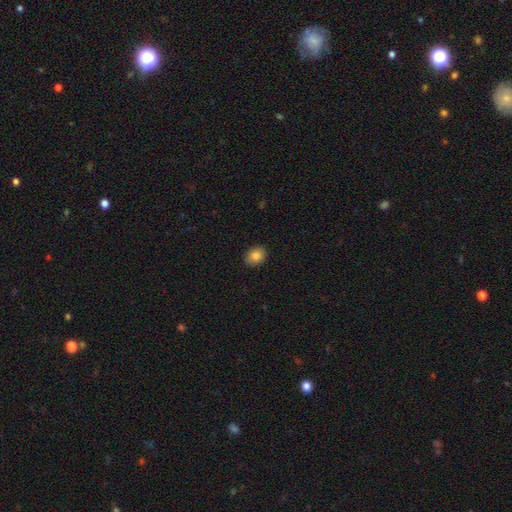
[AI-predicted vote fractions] Smooth or featured? smooth (84%)
How rounded? in between (59%)
Merging? none (90%)